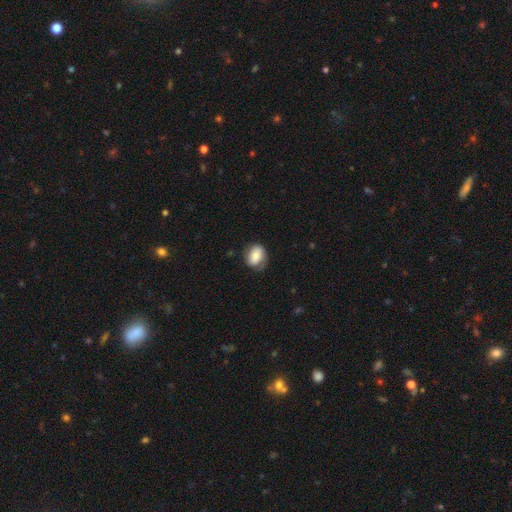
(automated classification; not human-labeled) Overall: smooth (75%). How rounded: in between (67%; round 32%). Merging: none (63%; minor disturbance 27%).